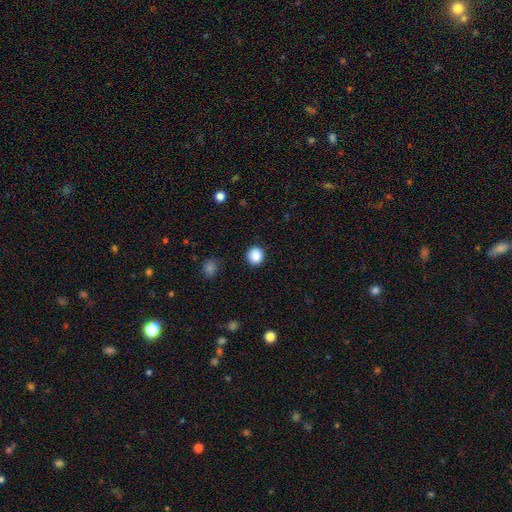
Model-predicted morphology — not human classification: smooth 87%, star or artifact 9%, featured or disk 3%. Down the decision tree: how rounded — round (87%); merging — none (89%).